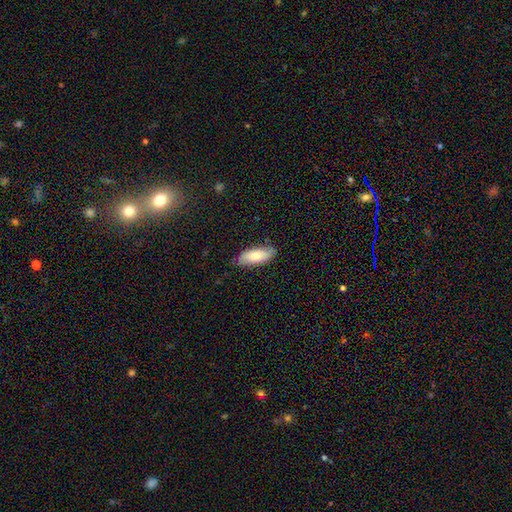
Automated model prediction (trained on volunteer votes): Overall: smooth (80%). How rounded: in between (80%). Merging: none (79%).